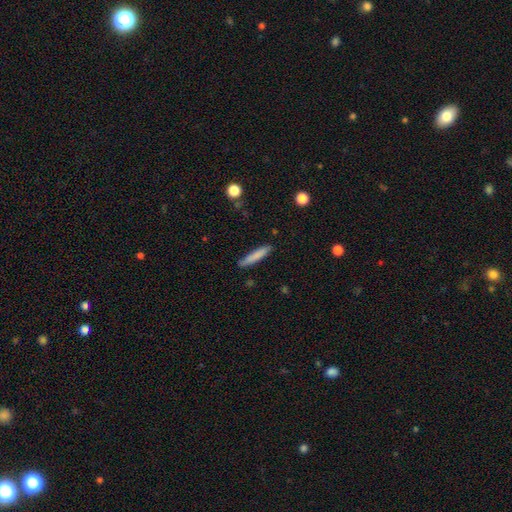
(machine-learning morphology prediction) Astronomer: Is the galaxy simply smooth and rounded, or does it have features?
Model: smooth — 80%.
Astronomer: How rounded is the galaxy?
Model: cigar-shaped — 91%.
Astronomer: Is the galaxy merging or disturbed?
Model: none — 85%.